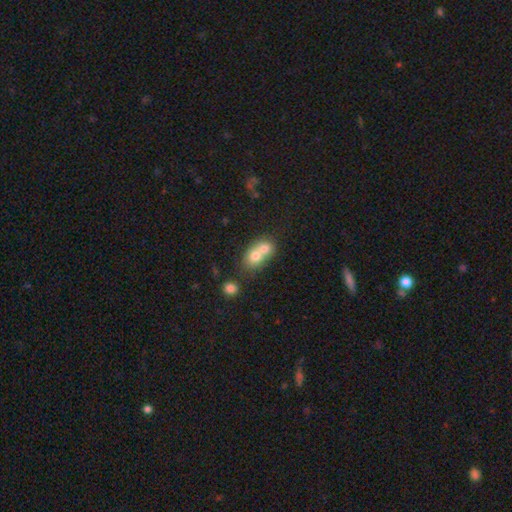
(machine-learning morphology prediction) Smooth or featured?
  - smooth: 70% *
  - featured or disk: 20%
  - star or artifact: 10%
How rounded?
  - round: 51% *
  - in between: 48%
  - cigar-shaped: 2%
Merging?
  - merger: 73% *
  - none: 20%
  - minor disturbance: 5%
  - major disturbance: 3%